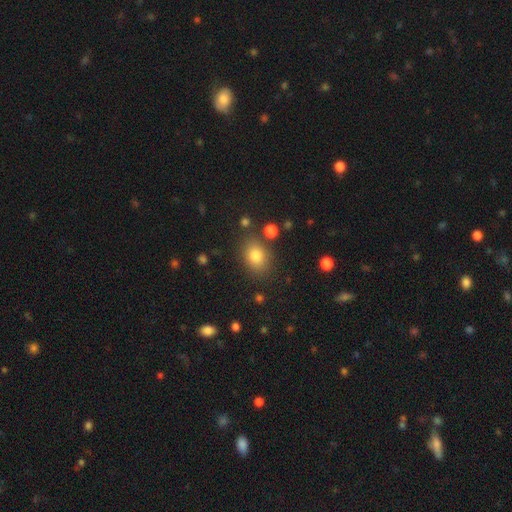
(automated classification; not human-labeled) smooth_or_featured: smooth (p=0.79) [alt: star or artifact p=0.13]
how_rounded: in between (p=0.62) [alt: round p=0.37]
merging: none (p=0.81) [alt: minor disturbance p=0.11]